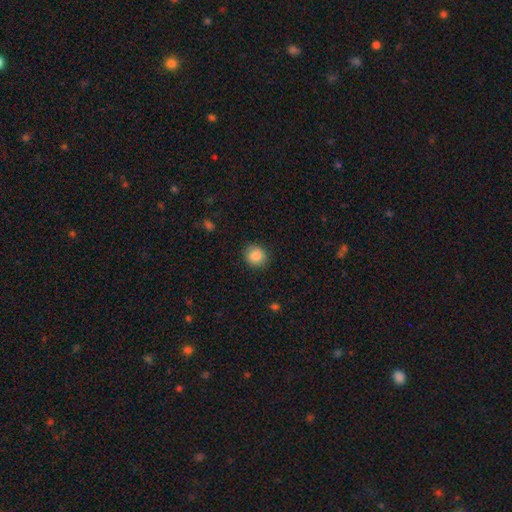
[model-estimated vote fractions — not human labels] This is clearly a smooth galaxy (86%). How rounded: clearly round (83%). Merging: clearly none (88%).